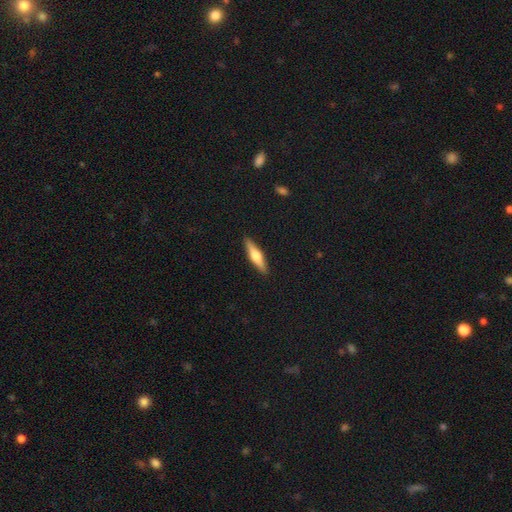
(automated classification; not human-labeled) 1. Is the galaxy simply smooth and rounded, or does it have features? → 53% featured or disk, 41% smooth, 5% star or artifact.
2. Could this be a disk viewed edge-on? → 96% yes, 4% no.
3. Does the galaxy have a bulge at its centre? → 90% rounded, 7% boxy, 3% none.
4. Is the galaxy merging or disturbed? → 91% none, 6% minor disturbance, 2% major disturbance, 1% merger.